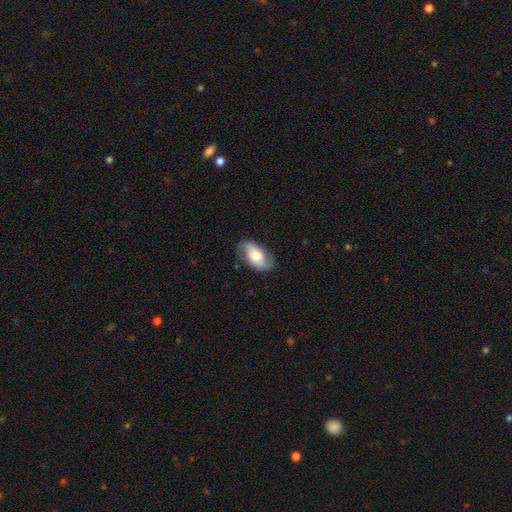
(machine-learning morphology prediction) Smooth or featured?
  - smooth: 54% *
  - featured or disk: 39%
  - star or artifact: 7%
How rounded?
  - in between: 93% *
  - round: 4%
  - cigar-shaped: 3%
Merging?
  - none: 74% *
  - minor disturbance: 19%
  - major disturbance: 6%
  - merger: 1%